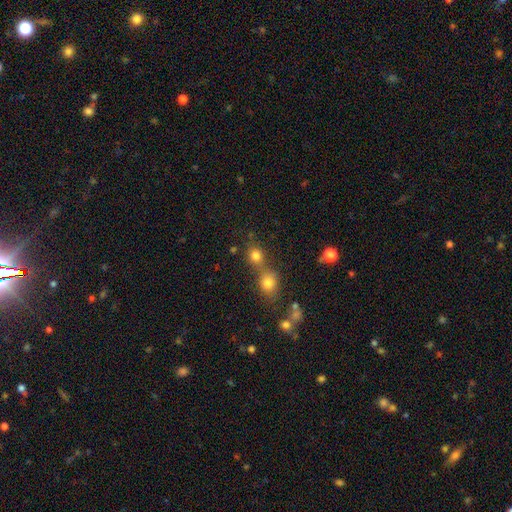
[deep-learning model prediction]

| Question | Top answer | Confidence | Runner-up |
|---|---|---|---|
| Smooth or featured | smooth | 79% | star or artifact (14%) |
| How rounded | round | 81% | in between (18%) |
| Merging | none | 48% | merger (42%) |